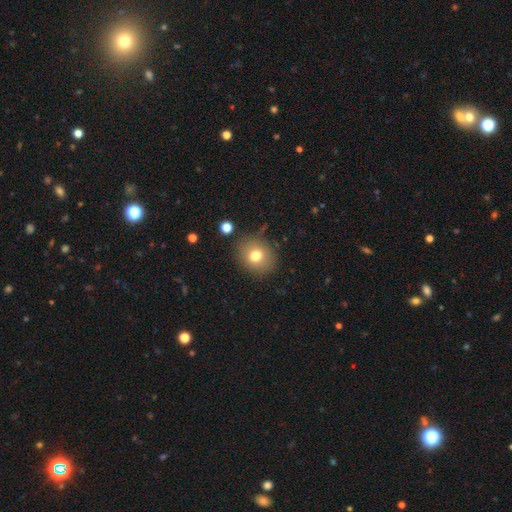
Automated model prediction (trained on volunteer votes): smooth 75%, featured or disk 13%, star or artifact 11%. Down the decision tree: how rounded — round (70%); merging — none (83%).